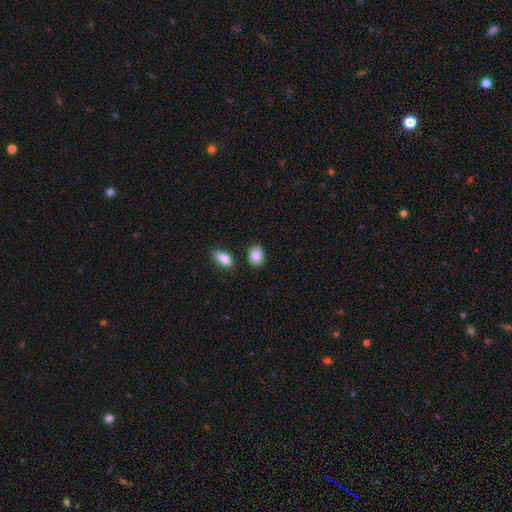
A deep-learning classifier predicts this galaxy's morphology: Smooth or featured? Predicted: smooth (p=0.87). How rounded? Predicted: in between (p=0.68). Merging? Predicted: none (p=0.81).